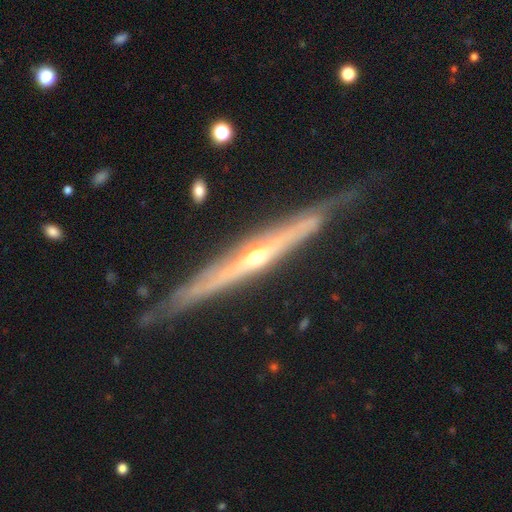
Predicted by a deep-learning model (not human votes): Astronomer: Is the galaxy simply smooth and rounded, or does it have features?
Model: featured or disk — 83%.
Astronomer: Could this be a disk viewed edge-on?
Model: yes — 93%.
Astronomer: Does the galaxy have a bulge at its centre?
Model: rounded — 75%.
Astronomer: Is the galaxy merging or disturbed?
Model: none — 77%.